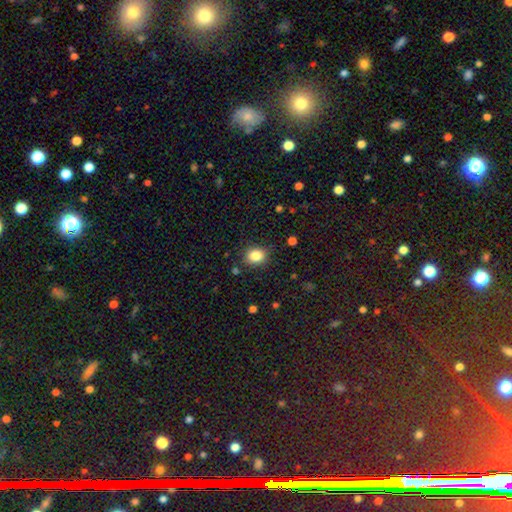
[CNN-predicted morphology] Smooth or featured?
  - smooth: 84% *
  - star or artifact: 10%
  - featured or disk: 5%
How rounded?
  - round: 60% *
  - in between: 39%
  - cigar-shaped: 1%
Merging?
  - none: 85% *
  - minor disturbance: 11%
  - major disturbance: 3%
  - merger: 2%